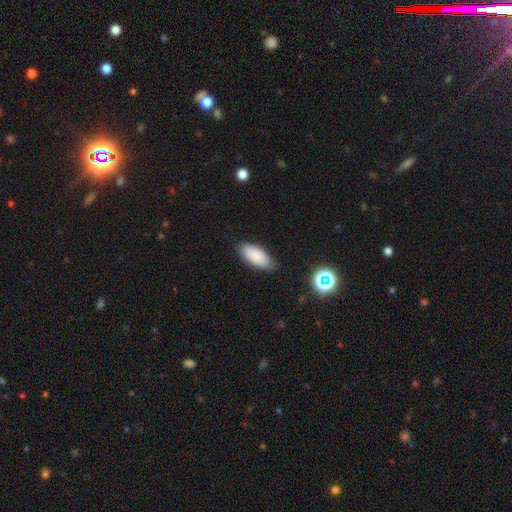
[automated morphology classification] A smooth galaxy with no disk features (87%) that is in between round and cigar-shaped (87%).

Vote fractions:
- Smooth or featured? smooth: 87% / star or artifact: 8% / featured or disk: 6%
- How rounded? in between: 87% / cigar-shaped: 11% / round: 2%
- Merging? none: 79% / minor disturbance: 17% / major disturbance: 3% / merger: 1%